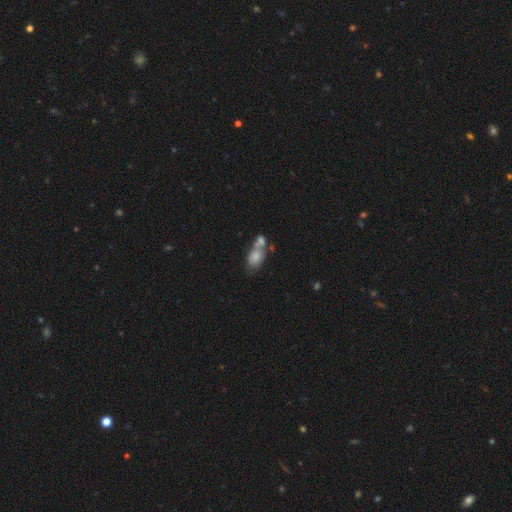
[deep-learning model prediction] Overall: smooth (73%). How rounded: in between (84%). Merging: merger (53%; none 29%).